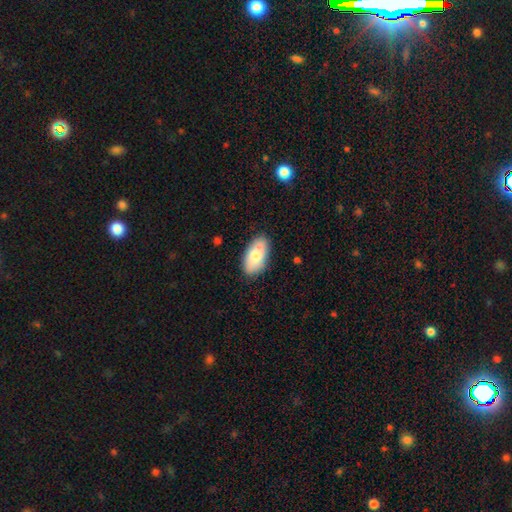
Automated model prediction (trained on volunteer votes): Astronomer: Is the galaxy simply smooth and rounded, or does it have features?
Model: smooth — 75%.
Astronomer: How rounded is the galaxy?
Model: in between — 94%.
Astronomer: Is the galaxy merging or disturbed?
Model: none — 83%.